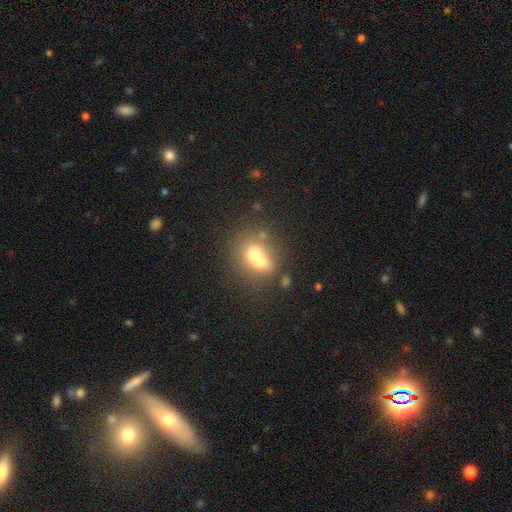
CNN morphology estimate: Q: Smooth or featured?
A: smooth (59%); runner-up: featured or disk (26%)
Q: How rounded?
A: round (69%); runner-up: in between (30%)
Q: Merging?
A: merger (60%); runner-up: none (29%)